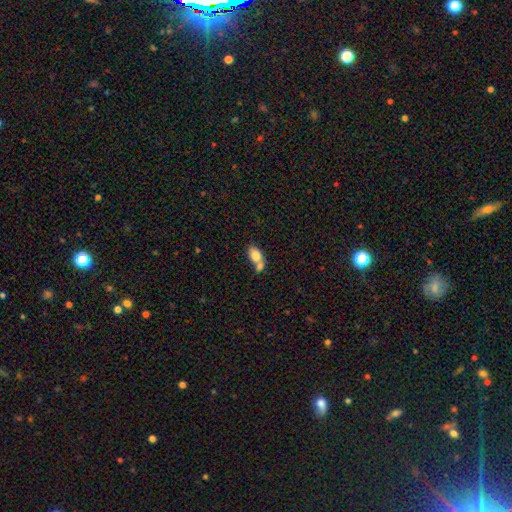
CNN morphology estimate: smooth 77%, featured or disk 15%, star or artifact 8%. Down the decision tree: how rounded — in between (81%); merging — merger (59%).